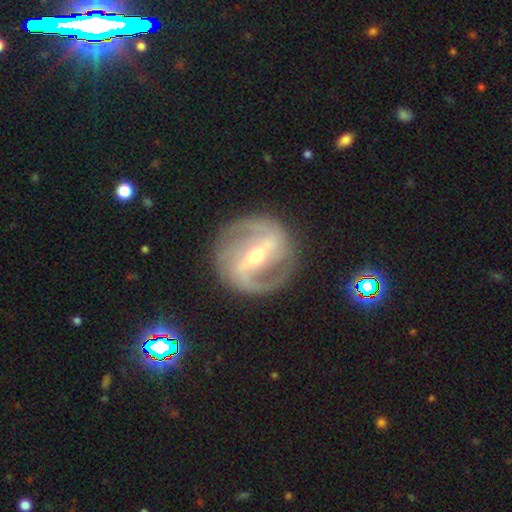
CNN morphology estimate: Smooth or featured: featured or disk — 89% (smooth — 6%)
Edge-on disk: no — 96% (yes — 4%)
Bar: strong — 65% (weak — 26%)
Spiral arms: yes — 95% (no — 5%)
Spiral winding: medium — 47% (tight — 35%)
Spiral arm count: 2 — 80% (3 — 7%)
Bulge size: moderate — 49% (small — 47%)
Merging: none — 84% (minor disturbance — 10%)